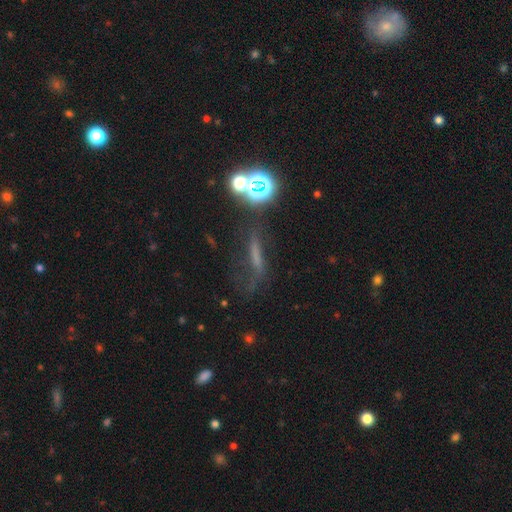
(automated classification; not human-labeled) smooth-or-featured: smooth: 35% (tied) | featured or disk: 35% (tied) | star or artifact: 30%
  merging: none: 44% | major disturbance: 27% | minor disturbance: 22% | merger: 7%